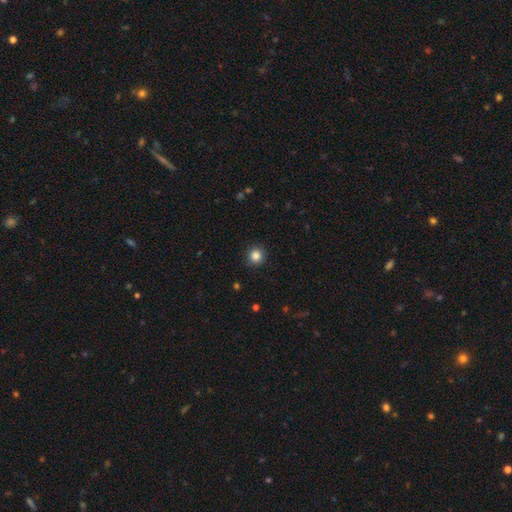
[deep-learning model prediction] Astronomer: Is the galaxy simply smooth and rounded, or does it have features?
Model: smooth — 85%.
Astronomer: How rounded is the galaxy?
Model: round — 93%.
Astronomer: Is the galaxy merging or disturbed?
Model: none — 91%.